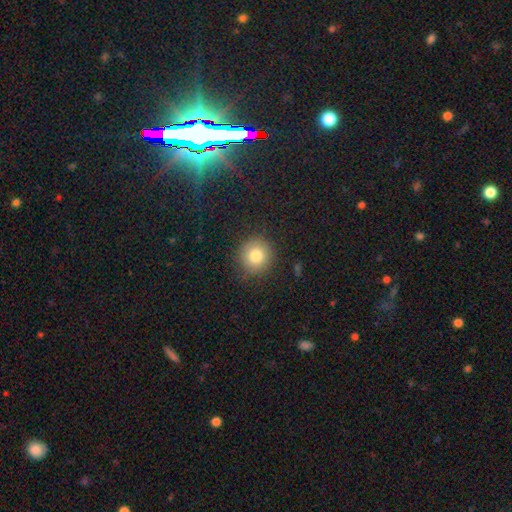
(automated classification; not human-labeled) Smooth or featured? Predicted: smooth (p=0.79). How rounded? Predicted: round (p=0.93). Merging? Predicted: none (p=0.88).